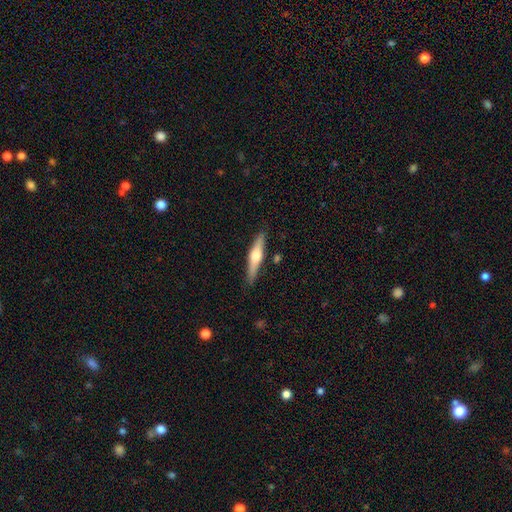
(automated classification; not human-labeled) Q: Smooth or featured?
A: featured or disk (59%); runner-up: smooth (35%)
Q: Edge-on disk?
A: yes (97%); runner-up: no (3%)
Q: Edge-on bulge?
A: rounded (87%); runner-up: boxy (9%)
Q: Merging?
A: none (86%); runner-up: minor disturbance (10%)